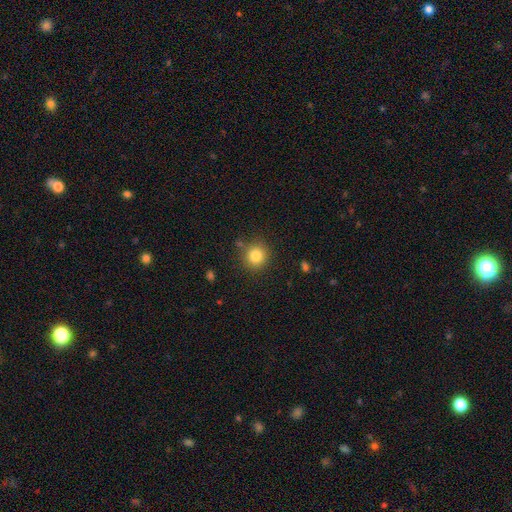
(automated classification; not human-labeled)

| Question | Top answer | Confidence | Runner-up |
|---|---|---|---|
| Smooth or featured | smooth | 82% | star or artifact (11%) |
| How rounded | round | 91% | in between (8%) |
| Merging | none | 85% | minor disturbance (9%) |